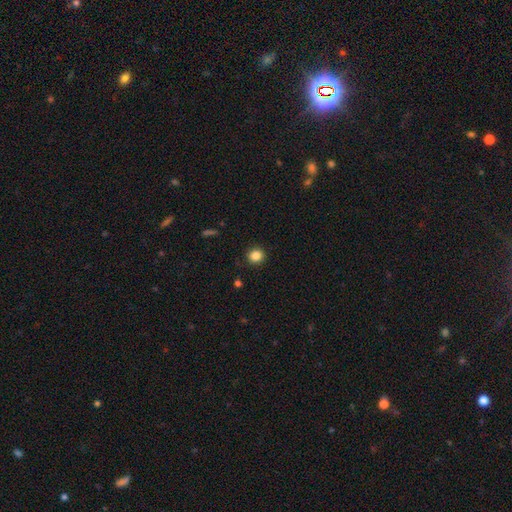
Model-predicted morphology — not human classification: This appears to be a smooth galaxy with no disk features (85%) that is round (88%). Merging: none (90%).